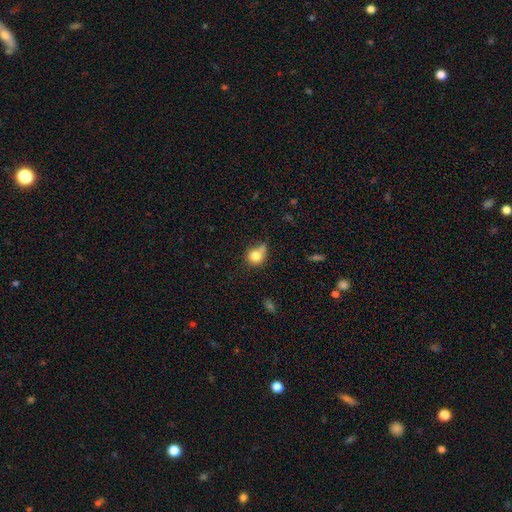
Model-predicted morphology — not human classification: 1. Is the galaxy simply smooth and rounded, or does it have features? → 79% smooth, 11% featured or disk, 11% star or artifact.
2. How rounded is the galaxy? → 76% round, 23% in between, 1% cigar-shaped.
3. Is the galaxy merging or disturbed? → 44% none, 26% minor disturbance, 18% merger, 12% major disturbance.